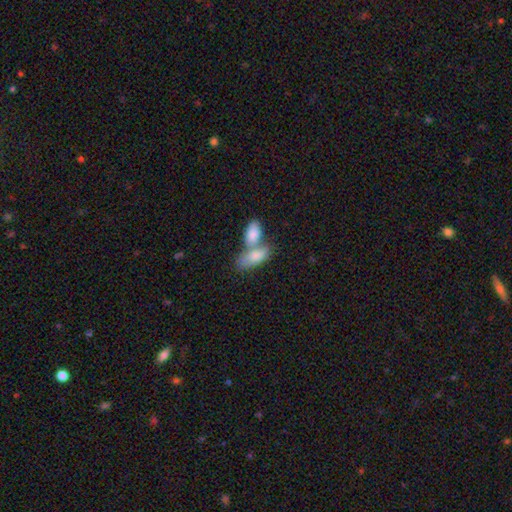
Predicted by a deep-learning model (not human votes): Morphology: type=smooth (81%); roundness=in between (86%); merging=merger (63%).